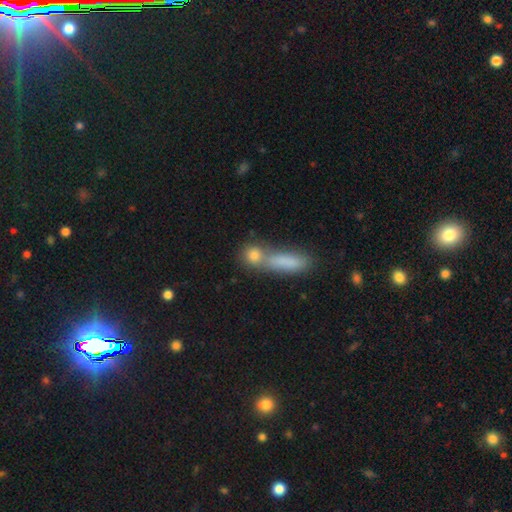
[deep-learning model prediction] The model was most divided on "how rounded": cigar-shaped: 39%, round: 34%, in between: 27%. Remaining: smooth or featured — smooth (77%); merging — none (48%).